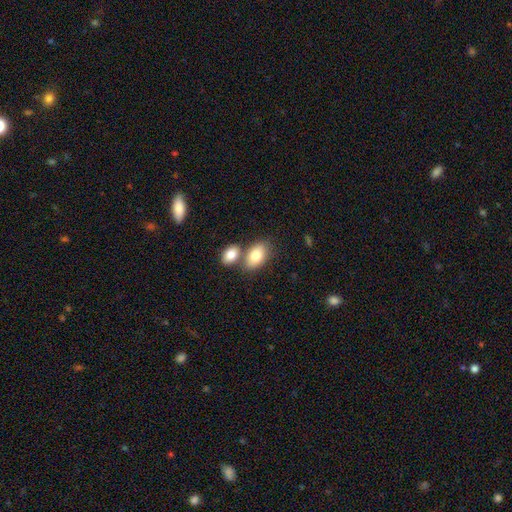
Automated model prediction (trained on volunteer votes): This appears to be a smooth galaxy with no disk features (81%) that is in between round and cigar-shaped (90%). Merging: none (47%).